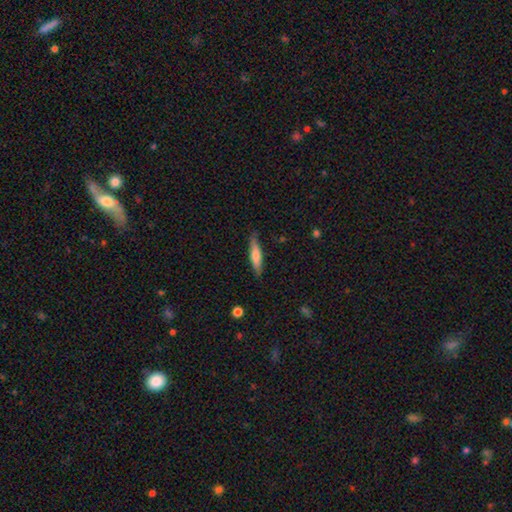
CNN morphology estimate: smooth_or_featured: smooth (p=0.67) [alt: featured or disk p=0.27]
how_rounded: cigar-shaped (p=0.84) [alt: in between p=0.15]
merging: none (p=0.83) [alt: minor disturbance p=0.13]